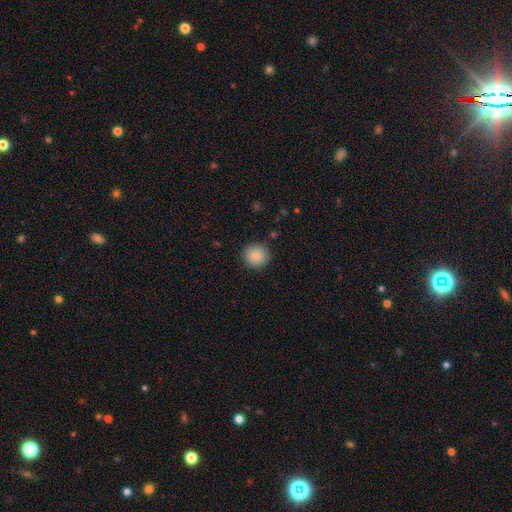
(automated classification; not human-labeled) smooth 87%, star or artifact 8%, featured or disk 5%. Down the decision tree: how rounded — round (93%); merging — none (89%).